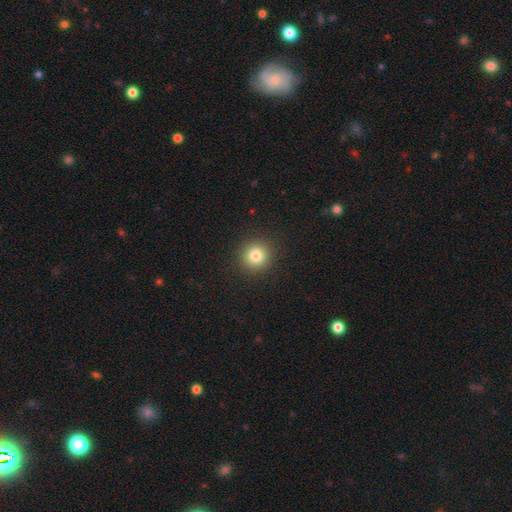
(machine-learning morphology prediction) Smooth or featured? smooth (81%)
How rounded? round (94%)
Merging? none (92%)